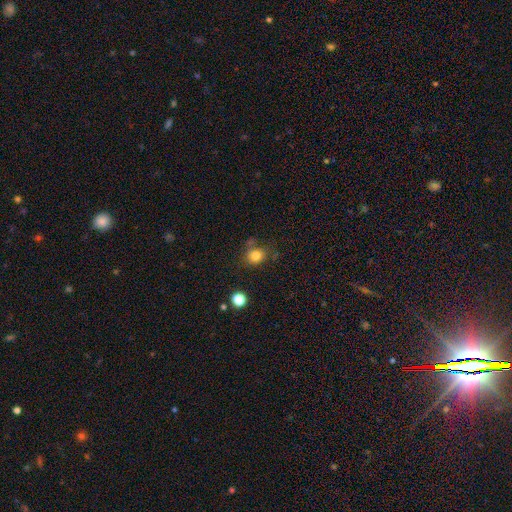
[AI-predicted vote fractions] Smooth or featured?
  - smooth: 81% *
  - star or artifact: 12%
  - featured or disk: 6%
How rounded?
  - round: 73% *
  - in between: 26%
  - cigar-shaped: 1%
Merging?
  - none: 69% *
  - minor disturbance: 17%
  - merger: 8%
  - major disturbance: 6%